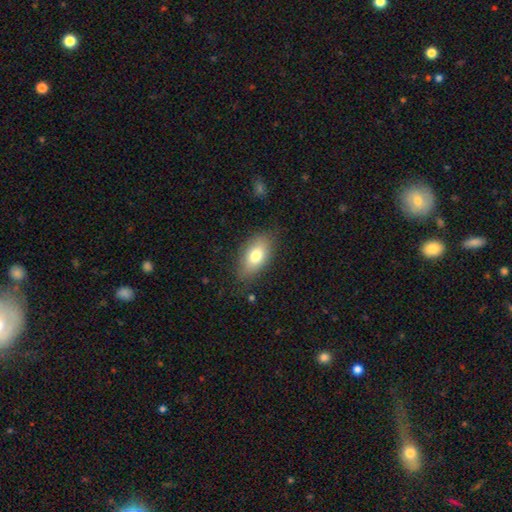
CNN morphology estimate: Smooth or featured? Predicted: smooth (p=0.77). How rounded? Predicted: in between (p=0.89). Merging? Predicted: none (p=0.80).